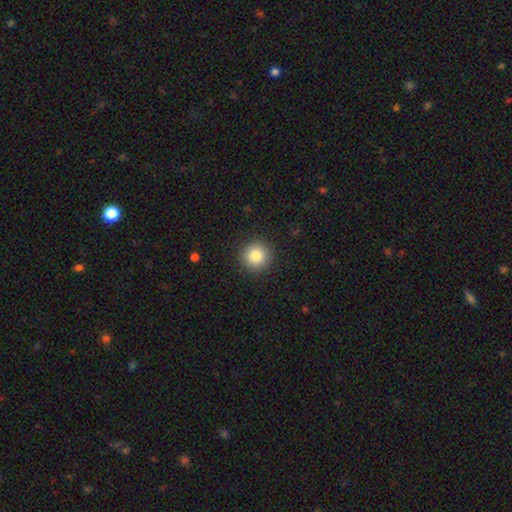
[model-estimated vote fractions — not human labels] A smooth galaxy with no disk features (84%) that is round (95%). Merging: none (91%).